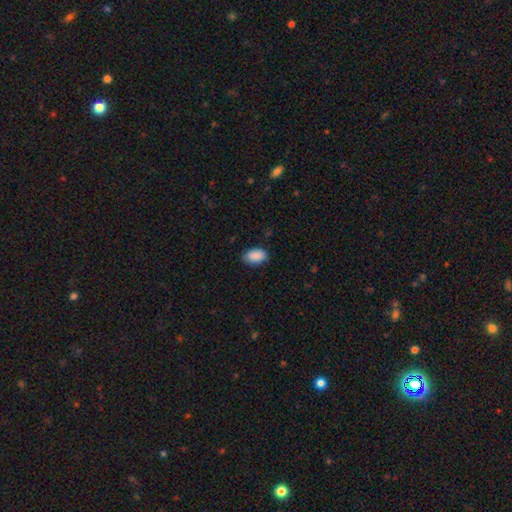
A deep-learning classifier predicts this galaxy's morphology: Q: Smooth or featured?
A: smooth (90%); runner-up: star or artifact (7%)
Q: How rounded?
A: in between (92%); runner-up: round (7%)
Q: Merging?
A: none (83%); runner-up: minor disturbance (14%)